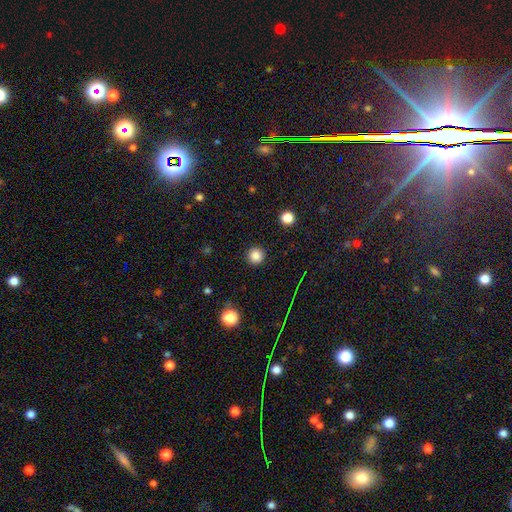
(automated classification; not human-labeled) A smooth galaxy with no disk features (83%) that is round (95%).

Vote fractions:
- Smooth or featured? smooth: 83% / star or artifact: 13% / featured or disk: 4%
- How rounded? round: 95% / in between: 4% / cigar-shaped: 1%
- Merging? none: 92% / minor disturbance: 5% / major disturbance: 2% / merger: 1%